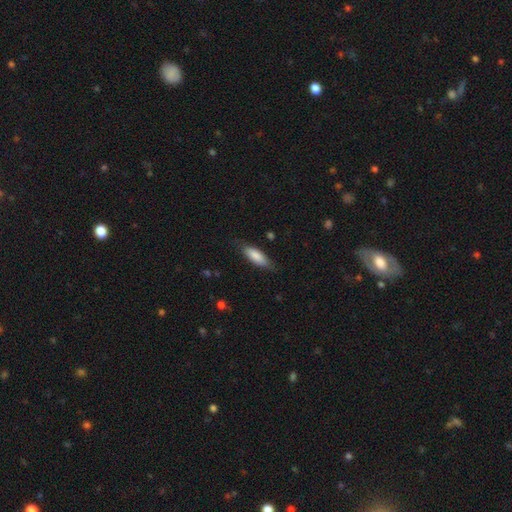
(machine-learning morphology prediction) smooth-or-featured: smooth: 82% | featured or disk: 12% | star or artifact: 6%
  how-rounded: in between: 61% | cigar-shaped: 38% | round: 2%
  merging: none: 76% | minor disturbance: 19% | major disturbance: 4% | merger: 1%